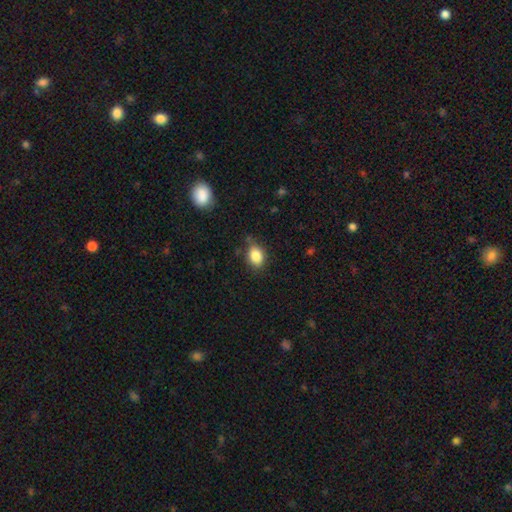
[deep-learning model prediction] A smooth galaxy with no disk features (85%) that is in between round and cigar-shaped (66%). Merging: none (74%).